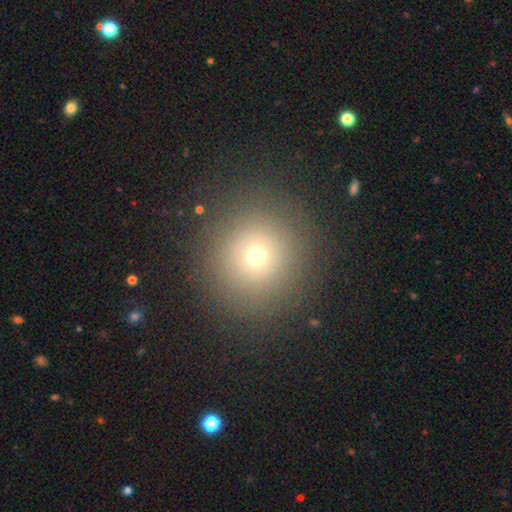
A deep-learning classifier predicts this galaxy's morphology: type=smooth (66%); roundness=round (95%); merging=none (87%).